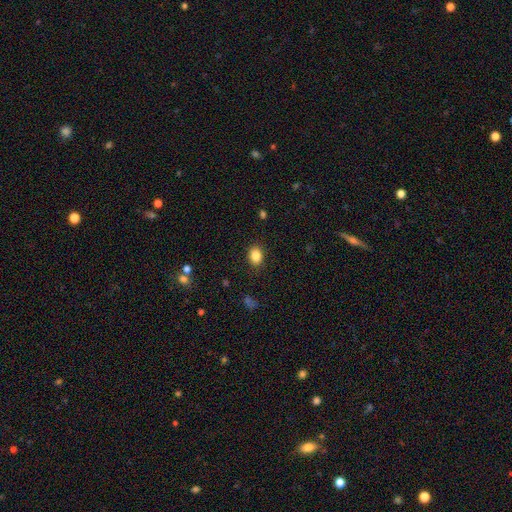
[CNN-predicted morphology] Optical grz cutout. It shows a smooth galaxy with no disk features (85%) that is in between round and cigar-shaped (60%). Merging: none (87%).